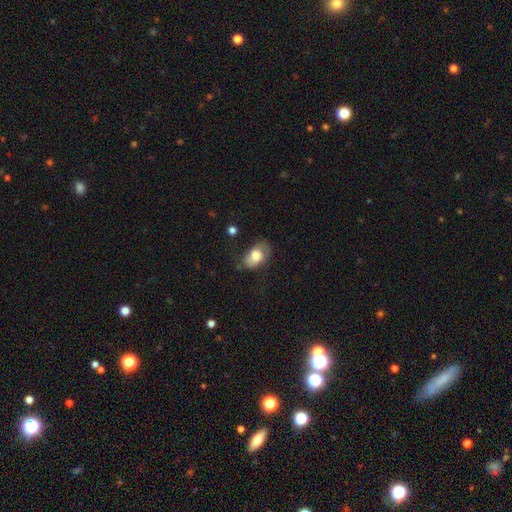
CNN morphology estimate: This is likely a smooth galaxy (75%). How rounded: clearly in between (86%). Merging: possibly none (52%).